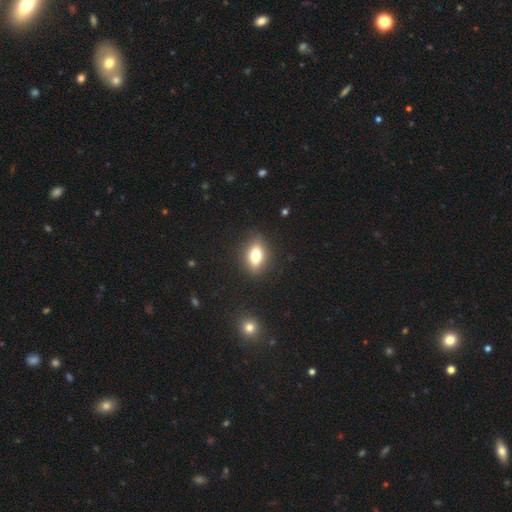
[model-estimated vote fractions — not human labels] smooth 71%, featured or disk 19%, star or artifact 10%. Down the decision tree: how rounded — in between (78%); merging — none (85%).